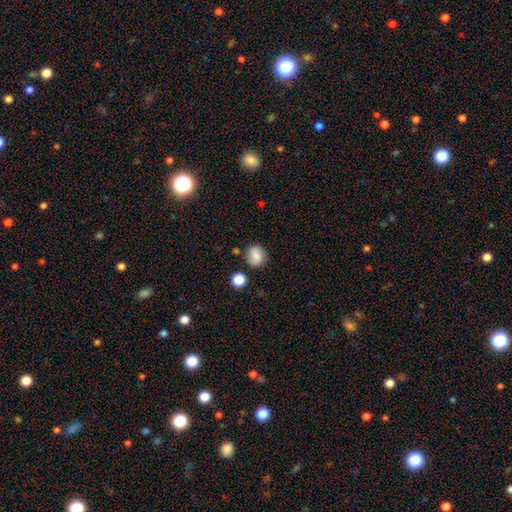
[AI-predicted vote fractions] Smooth or featured? smooth (78%)
How rounded? round (69%)
Merging? none (76%)